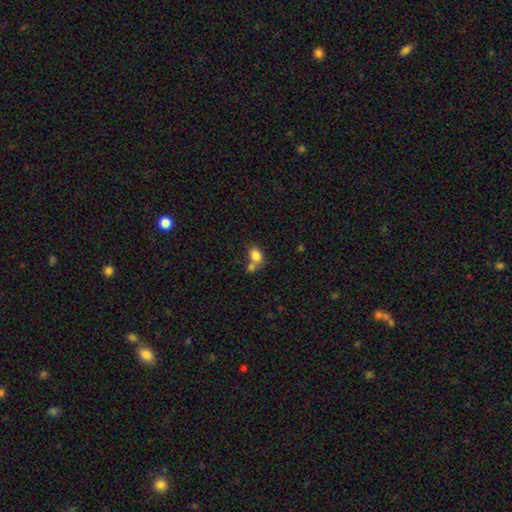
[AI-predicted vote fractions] Overall: smooth (82%). How rounded: in between (64%; round 35%). Merging: merger (47%; none 37%).